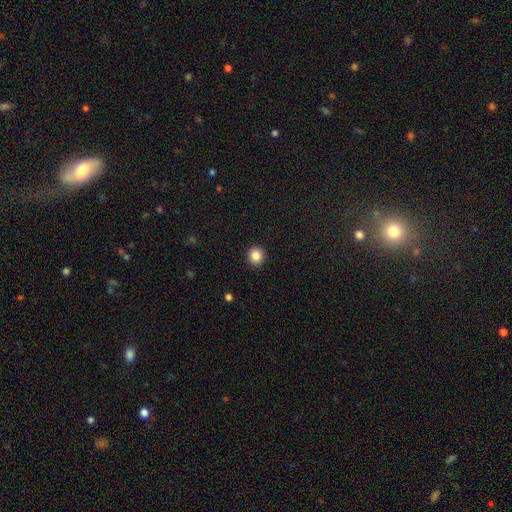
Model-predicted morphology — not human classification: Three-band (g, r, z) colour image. It shows a smooth galaxy with no disk features (86%) that is round (89%). Merging: none (93%).